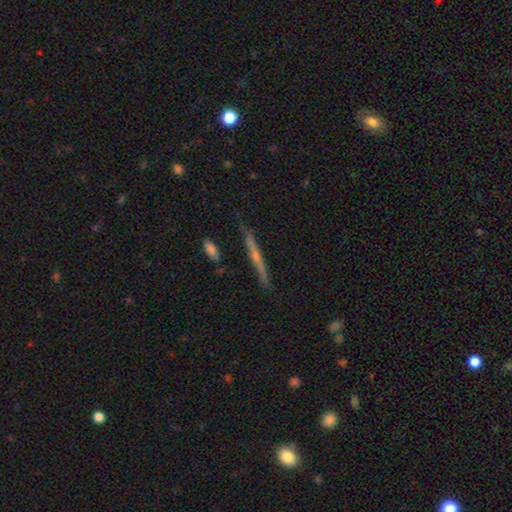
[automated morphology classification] A featured or disk galaxy (69%) viewed edge-on (97%) with a rounded central bulge (66%).

Vote fractions:
- Smooth or featured? featured or disk: 69% / smooth: 24% / star or artifact: 7%
- Edge-on disk? yes: 97% / no: 3%
- Edge-on bulge? rounded: 66% / none: 29% / boxy: 5%
- Merging? none: 86% / minor disturbance: 10% / major disturbance: 2% / merger: 2%